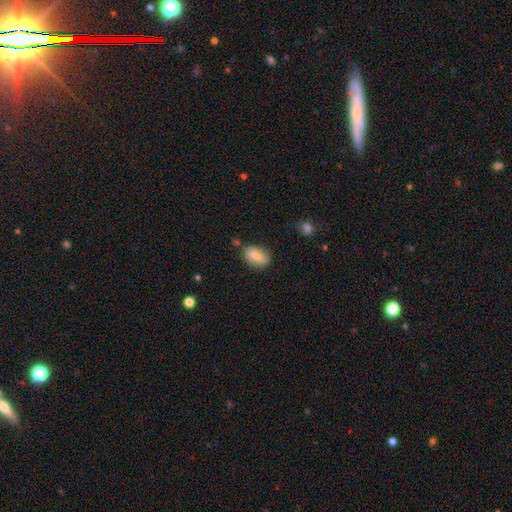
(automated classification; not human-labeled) Morphology: type=smooth (81%); roundness=in between (86%); merging=none (70%).